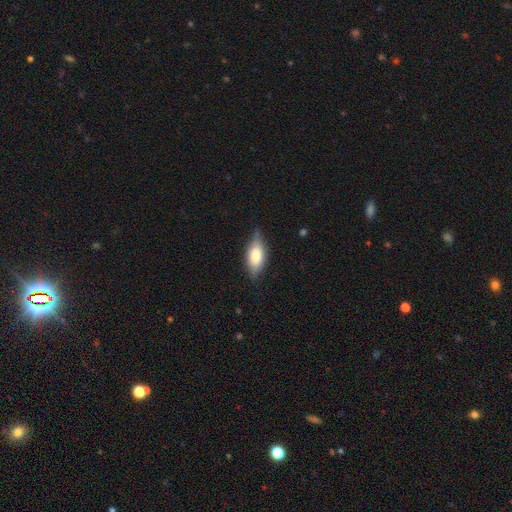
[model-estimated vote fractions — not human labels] smooth_or_featured: smooth (p=0.67) [alt: featured or disk p=0.27]
how_rounded: in between (p=0.81) [alt: cigar-shaped p=0.16]
merging: none (p=0.73) [alt: minor disturbance p=0.21]